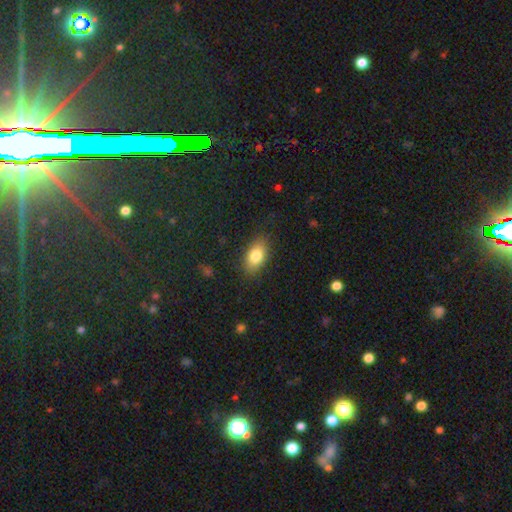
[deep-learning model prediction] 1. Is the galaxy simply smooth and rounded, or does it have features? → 81% smooth, 11% featured or disk, 8% star or artifact.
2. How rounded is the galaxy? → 88% in between, 8% round, 3% cigar-shaped.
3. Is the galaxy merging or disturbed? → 84% none, 12% minor disturbance, 3% major disturbance, 1% merger.